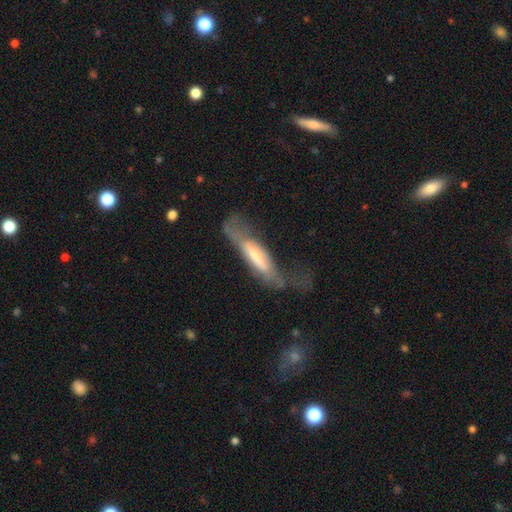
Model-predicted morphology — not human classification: A featured or disk galaxy (51%) viewed edge-on (52%). Merging: major disturbance (42%).